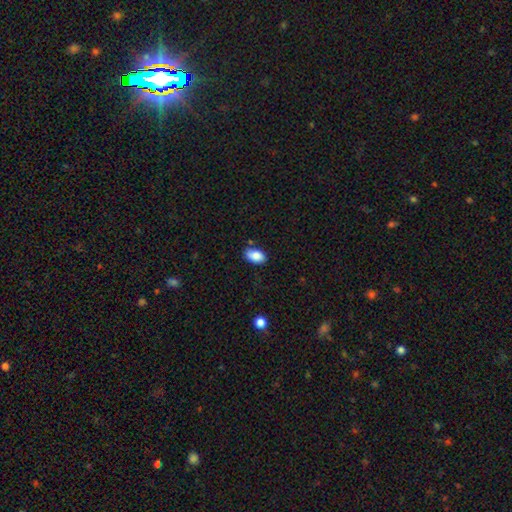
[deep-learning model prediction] The model was most divided on "merging": none: 77%, minor disturbance: 17%, merger: 4%, major disturbance: 3%. More confident: how rounded — in between (92%); smooth or featured — smooth (86%).